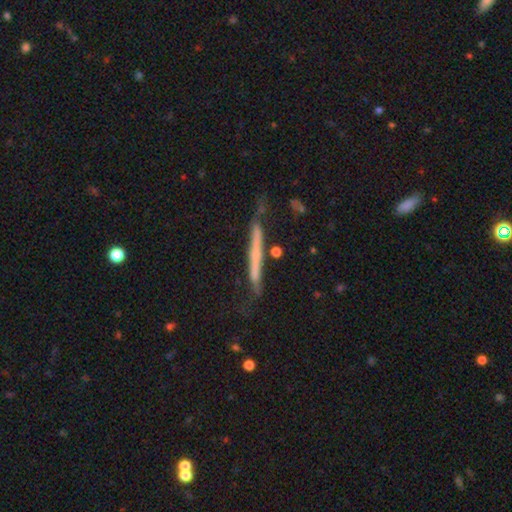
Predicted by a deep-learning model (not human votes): A featured or disk galaxy (54%) viewed edge-on (93%) with no central bulge (81%).

Vote fractions:
- Smooth or featured? featured or disk: 54% / smooth: 40% / star or artifact: 7%
- Edge-on disk? yes: 93% / no: 7%
- Edge-on bulge? none: 81% / rounded: 13% / boxy: 6%
- Merging? none: 70% / minor disturbance: 21% / major disturbance: 5% / merger: 4%